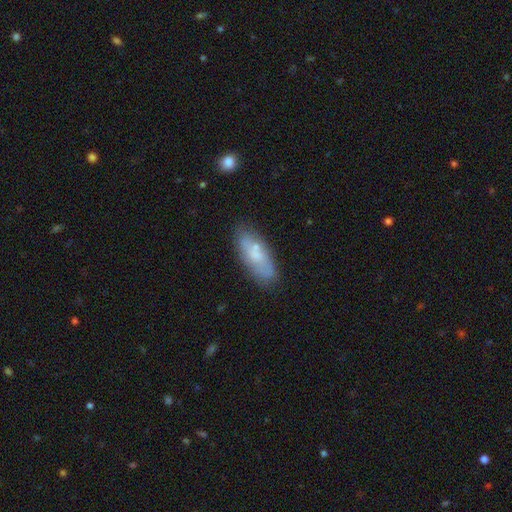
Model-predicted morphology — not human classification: Smooth or featured: smooth — 57% (featured or disk — 36%)
How rounded: in between — 70% (cigar-shaped — 28%)
Merging: none — 69% (minor disturbance — 19%)